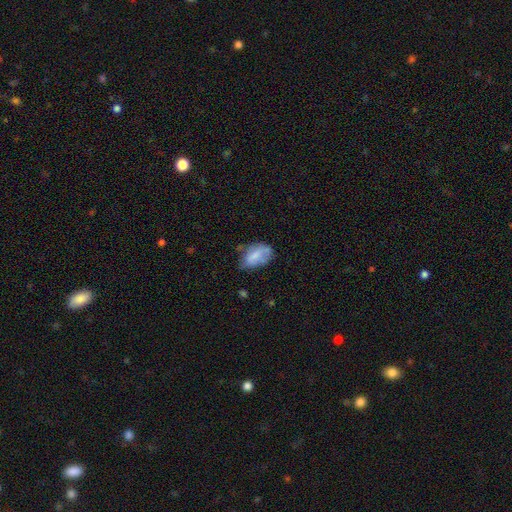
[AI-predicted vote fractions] smooth_or_featured: smooth (p=0.69) [alt: featured or disk p=0.23]
how_rounded: in between (p=0.90) [alt: round p=0.08]
merging: none (p=0.43) [alt: minor disturbance p=0.37]